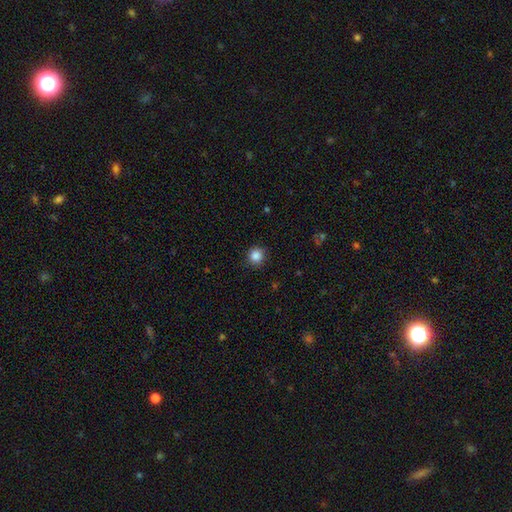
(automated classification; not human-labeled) The model was most divided on "smooth or featured": smooth: 86%, star or artifact: 11%, featured or disk: 3%. More confident: how rounded — round (93%); merging — none (90%).